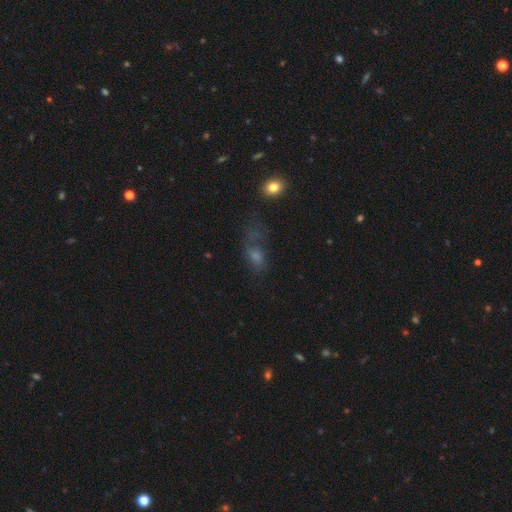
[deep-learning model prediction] smooth_or_featured: smooth (p=0.46) [alt: featured or disk p=0.29]
merging: none (p=0.42) [alt: major disturbance p=0.30]